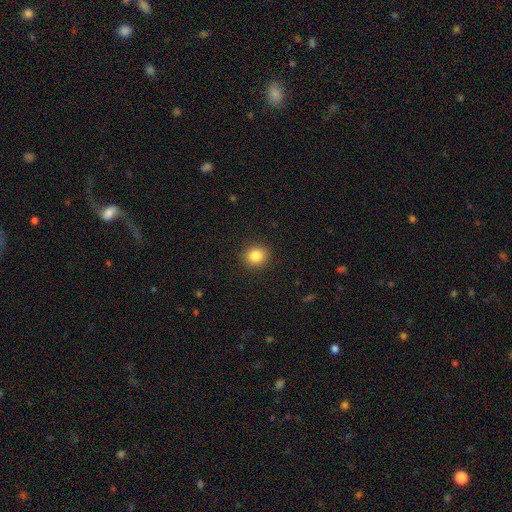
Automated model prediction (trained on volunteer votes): Smooth or featured: smooth — 85% (star or artifact — 10%)
How rounded: round — 78% (in between — 21%)
Merging: none — 91% (minor disturbance — 6%)